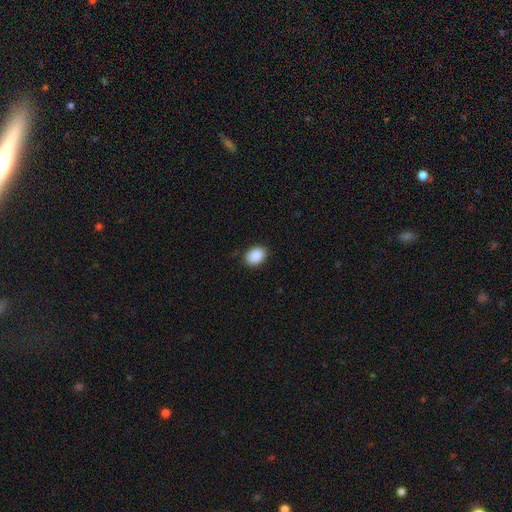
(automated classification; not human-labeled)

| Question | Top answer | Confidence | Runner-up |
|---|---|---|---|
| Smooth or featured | smooth | 90% | star or artifact (8%) |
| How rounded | in between | 69% | round (30%) |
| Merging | none | 87% | minor disturbance (9%) |